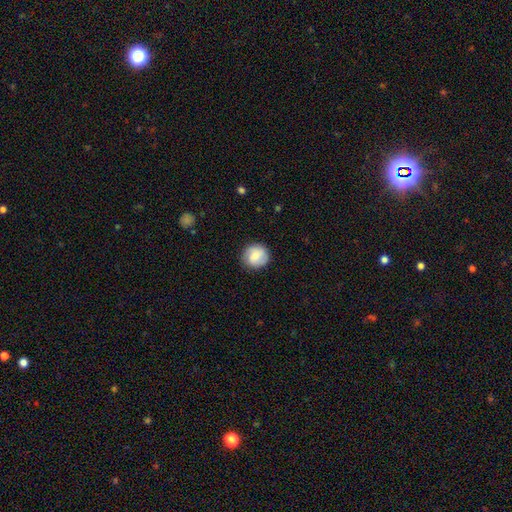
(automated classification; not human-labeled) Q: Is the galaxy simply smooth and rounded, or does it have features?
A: smooth — 70%.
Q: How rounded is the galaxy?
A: round — 89%.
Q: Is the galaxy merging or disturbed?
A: none — 85%.